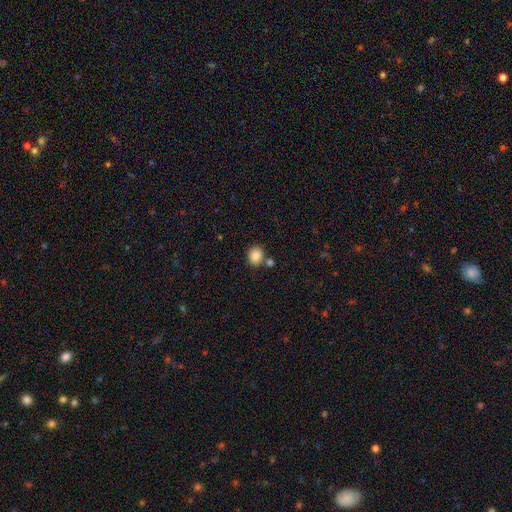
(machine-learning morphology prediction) Smooth or featured?
  - smooth: 86% *
  - star or artifact: 9%
  - featured or disk: 5%
How rounded?
  - round: 64% *
  - in between: 35%
  - cigar-shaped: 1%
Merging?
  - none: 73% *
  - merger: 15%
  - minor disturbance: 10%
  - major disturbance: 3%